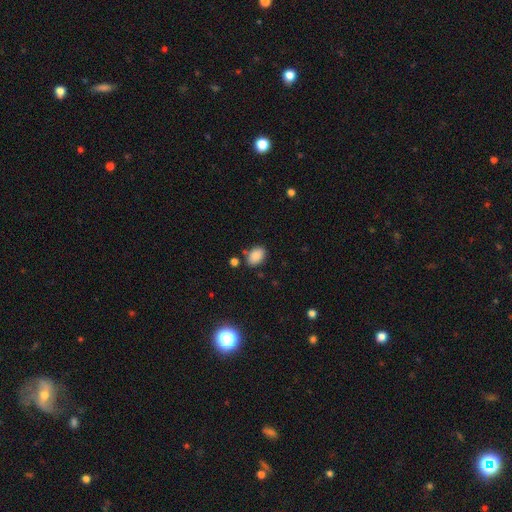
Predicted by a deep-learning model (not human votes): Q: Smooth or featured?
A: smooth (86%); runner-up: star or artifact (9%)
Q: How rounded?
A: in between (85%); runner-up: round (14%)
Q: Merging?
A: none (77%); runner-up: minor disturbance (13%)